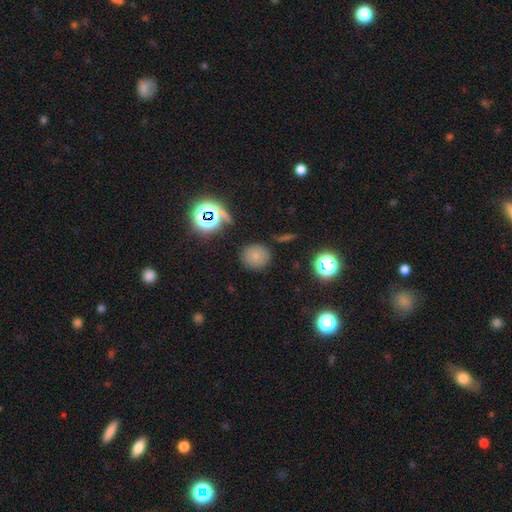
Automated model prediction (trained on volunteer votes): Smooth or featured? smooth (71%)
How rounded? round (84%)
Merging? none (84%)